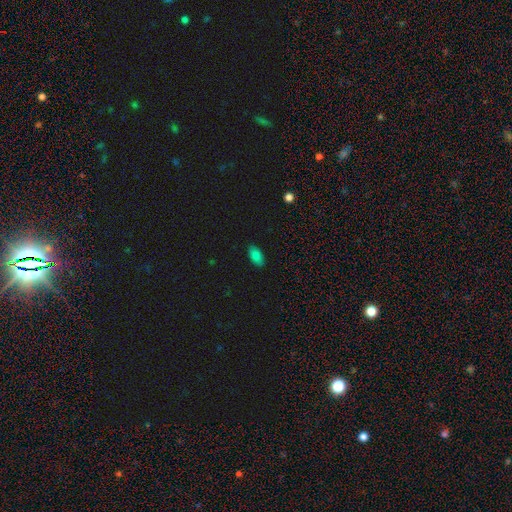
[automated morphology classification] Smooth or featured? Predicted: smooth (p=0.80). How rounded? Predicted: in between (p=0.93). Merging? Predicted: none (p=0.88).